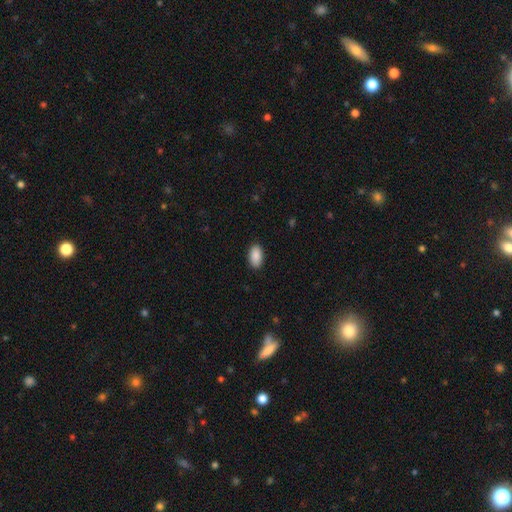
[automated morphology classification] A smooth galaxy with no disk features (90%) that is in between round and cigar-shaped (94%). Merging: none (89%).